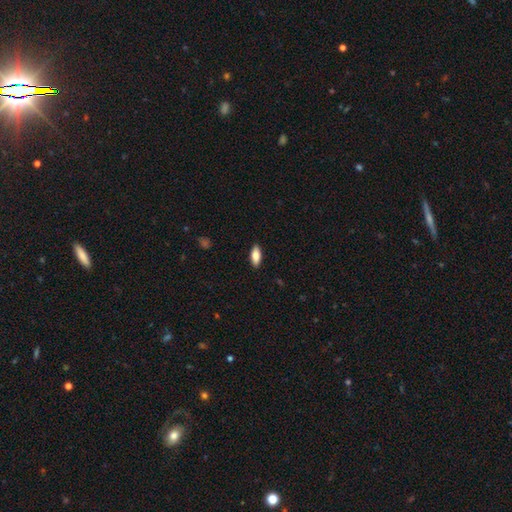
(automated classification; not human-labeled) Morphology: type=smooth (82%); roundness=in between (81%); merging=none (89%).